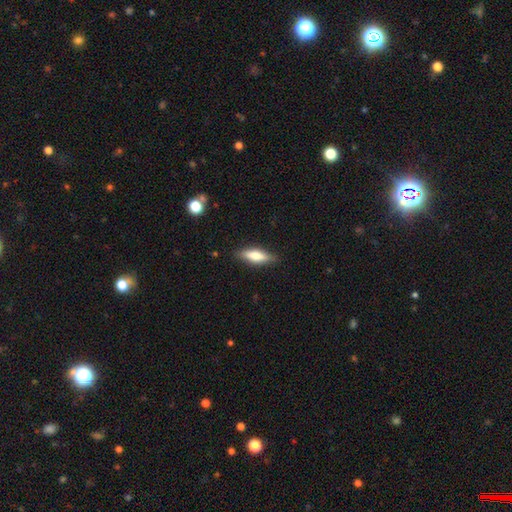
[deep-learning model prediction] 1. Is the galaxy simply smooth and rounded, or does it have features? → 64% smooth, 30% featured or disk, 6% star or artifact.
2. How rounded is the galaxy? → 50% cigar-shaped, 48% in between, 2% round.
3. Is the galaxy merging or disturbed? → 85% none, 11% minor disturbance, 2% major disturbance, 1% merger.